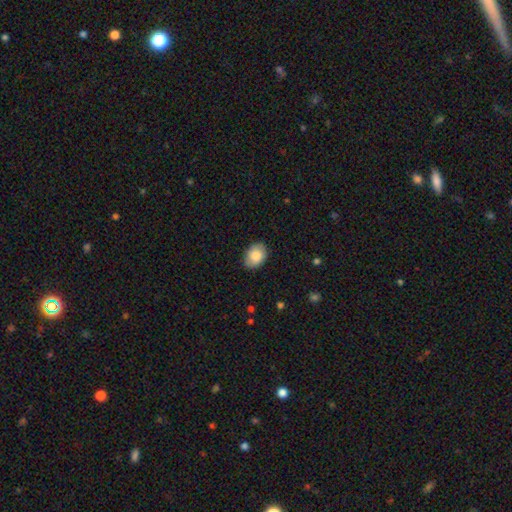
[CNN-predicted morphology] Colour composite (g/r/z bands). It shows a smooth galaxy with no disk features (82%) that is in between round and cigar-shaped (76%). Merging: none (83%).